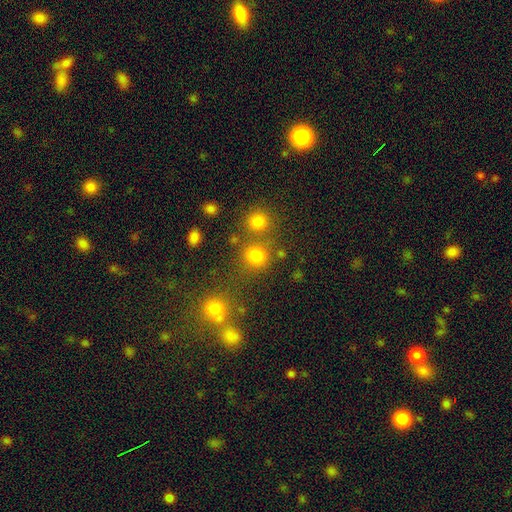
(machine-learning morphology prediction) type=smooth (77%); roundness=round (82%); merging=none (68%).